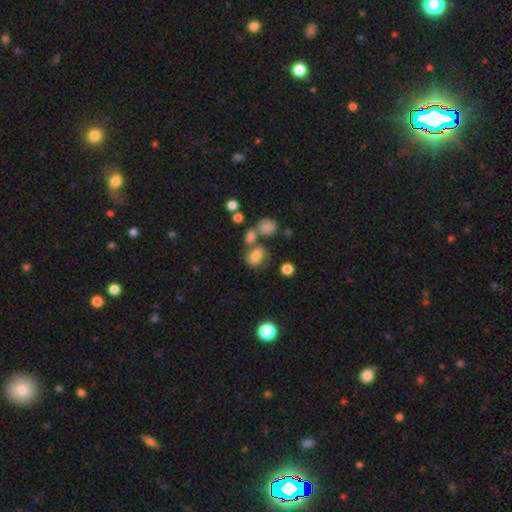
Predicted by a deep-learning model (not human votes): This is likely a smooth galaxy (70%). How rounded: possibly in between (57%). Merging: marginally none (44%).